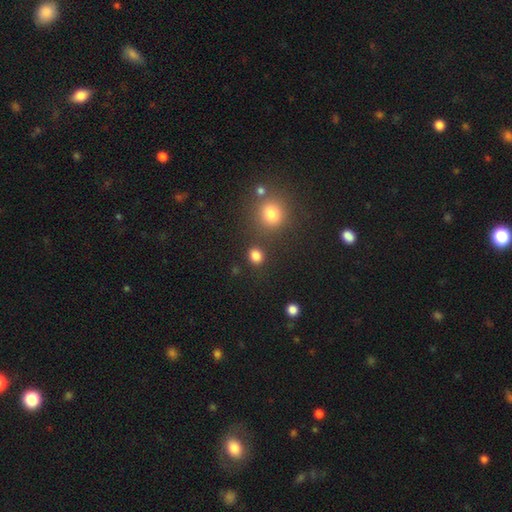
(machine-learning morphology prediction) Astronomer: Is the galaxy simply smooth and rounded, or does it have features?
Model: smooth — 82%.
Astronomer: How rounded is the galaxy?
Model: round — 70%.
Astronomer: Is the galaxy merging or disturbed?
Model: none — 83%.